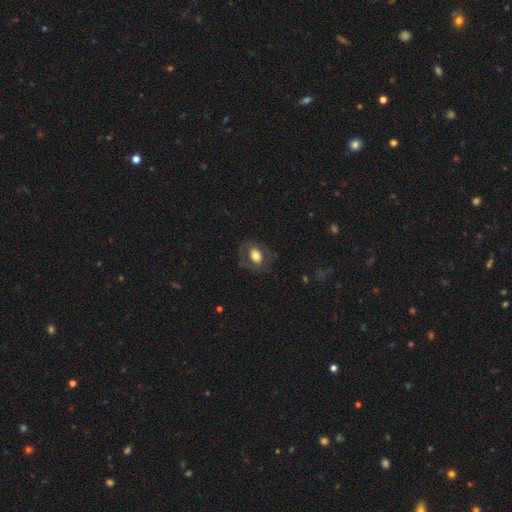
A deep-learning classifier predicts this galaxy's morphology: A smooth galaxy with no disk features (60%) that is in between round and cigar-shaped (79%). Merging: none (70%).